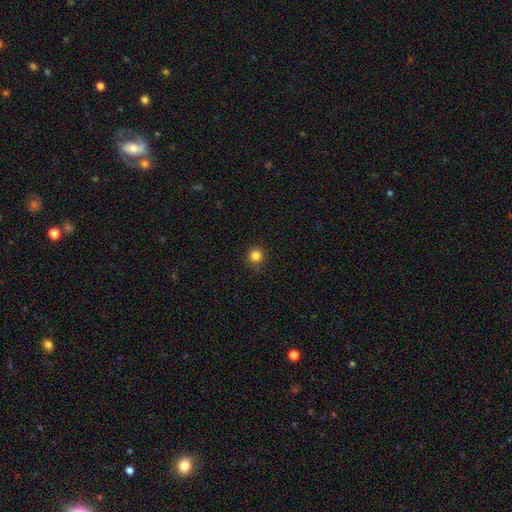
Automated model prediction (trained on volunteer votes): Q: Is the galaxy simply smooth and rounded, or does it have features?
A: smooth — 83%.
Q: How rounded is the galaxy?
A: round — 93%.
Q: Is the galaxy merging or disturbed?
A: none — 87%.